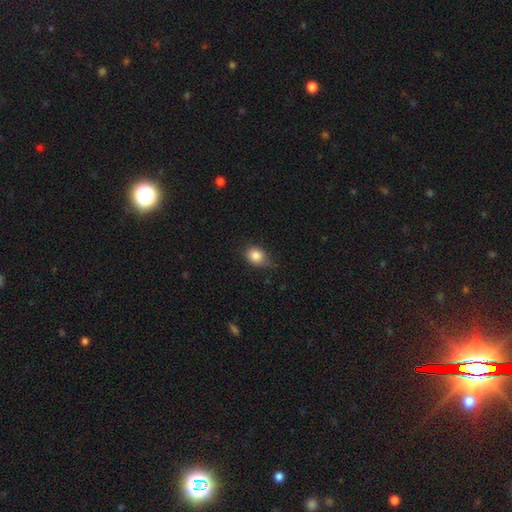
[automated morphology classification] Smooth or featured? Predicted: smooth (p=0.84). How rounded? Predicted: round (p=0.58). Merging? Predicted: none (p=0.57).